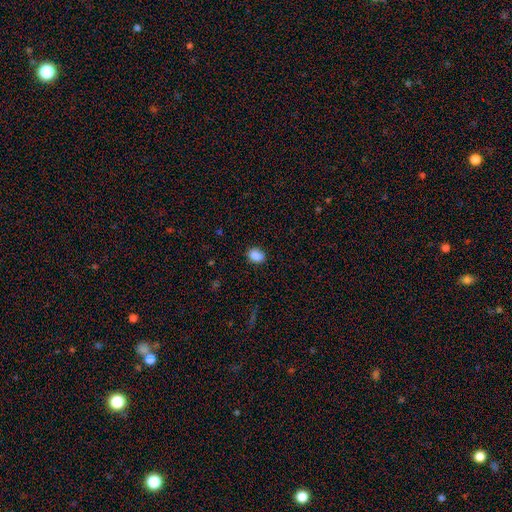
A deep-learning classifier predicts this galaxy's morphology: This appears to be a smooth galaxy with no disk features (88%) that is in between round and cigar-shaped (71%). Merging: none (85%).